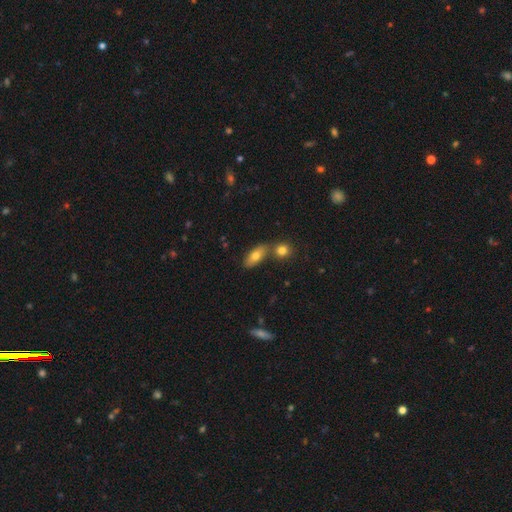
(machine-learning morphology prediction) A smooth galaxy with no disk features (72%) that is in between round and cigar-shaped (78%). Merging: none (57%).